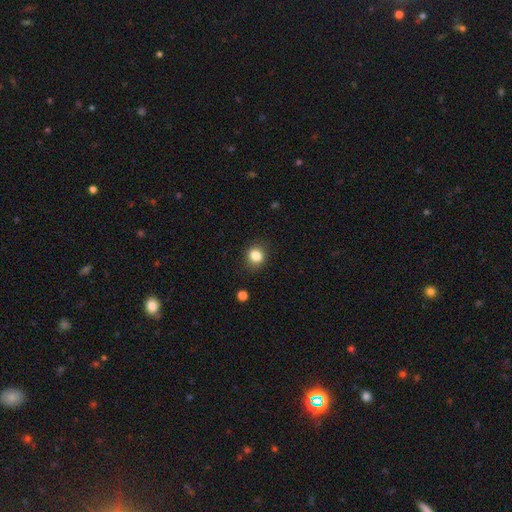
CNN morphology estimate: smooth 84%, star or artifact 11%, featured or disk 5%. Down the decision tree: how rounded — round (75%); merging — none (85%).